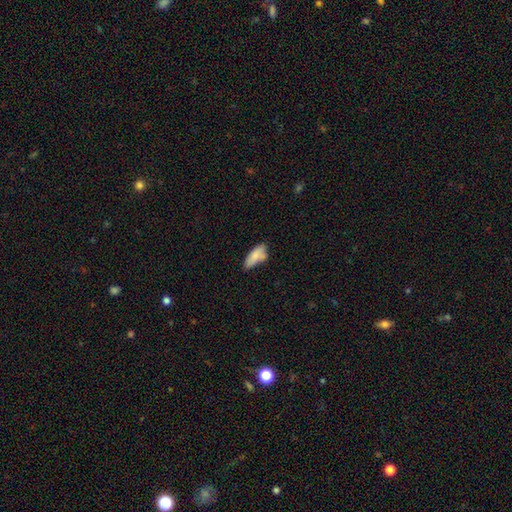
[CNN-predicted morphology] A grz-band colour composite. It shows a smooth galaxy with no disk features (78%) that is in between round and cigar-shaped (78%). Merging: none (51%).